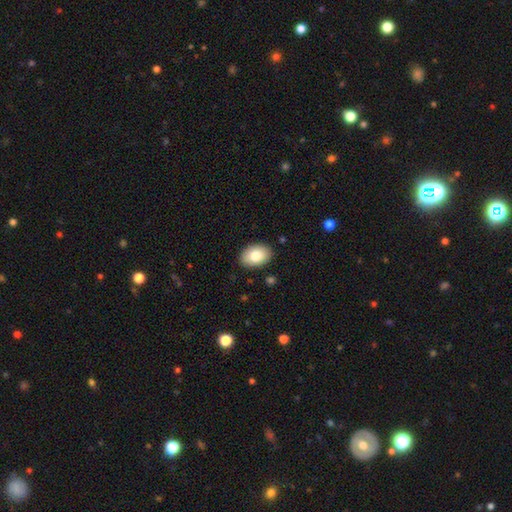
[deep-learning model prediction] Smooth or featured? smooth (82%)
How rounded? in between (87%)
Merging? none (88%)